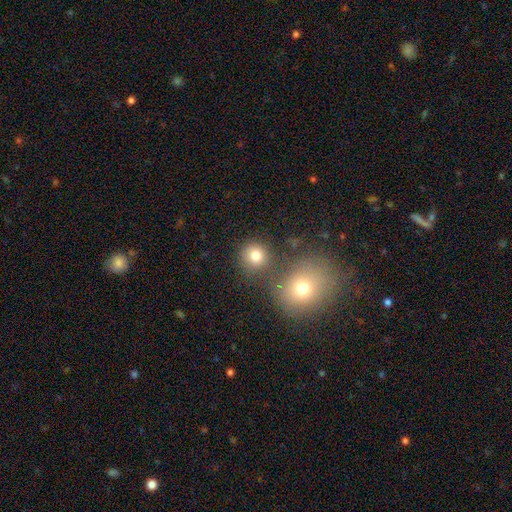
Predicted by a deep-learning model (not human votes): Smooth or featured: smooth — 79% (star or artifact — 13%)
How rounded: round — 87% (in between — 12%)
Merging: none — 70% (merger — 17%)